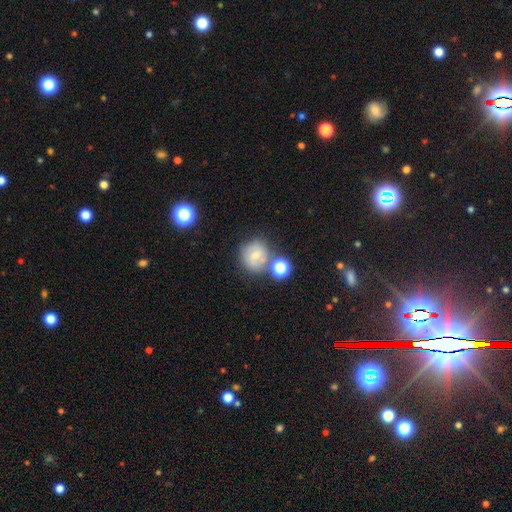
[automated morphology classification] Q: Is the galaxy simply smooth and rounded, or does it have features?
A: smooth — 55%.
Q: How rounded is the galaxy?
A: round — 86%.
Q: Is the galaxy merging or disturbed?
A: none — 58%.